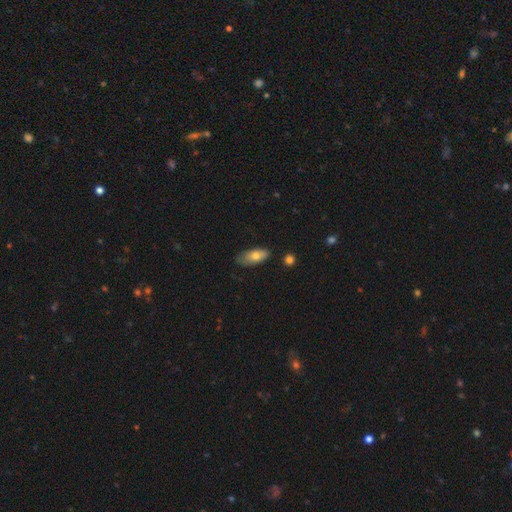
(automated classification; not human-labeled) A smooth galaxy with no disk features (72%) that is in between round and cigar-shaped (83%). Merging: none (67%).